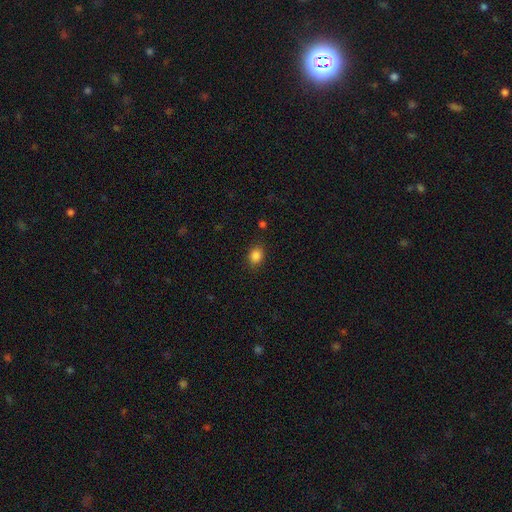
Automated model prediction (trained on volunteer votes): Morphology: type=smooth (86%); roundness=in between (50%); merging=none (86%).